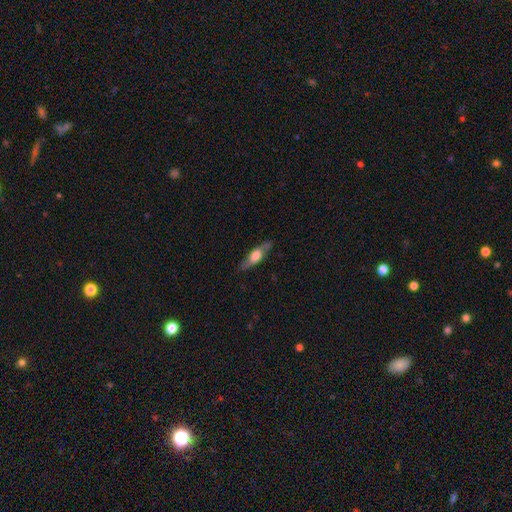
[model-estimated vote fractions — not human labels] Smooth or featured? Predicted: featured or disk (p=0.49). Merging? Predicted: none (p=0.80).